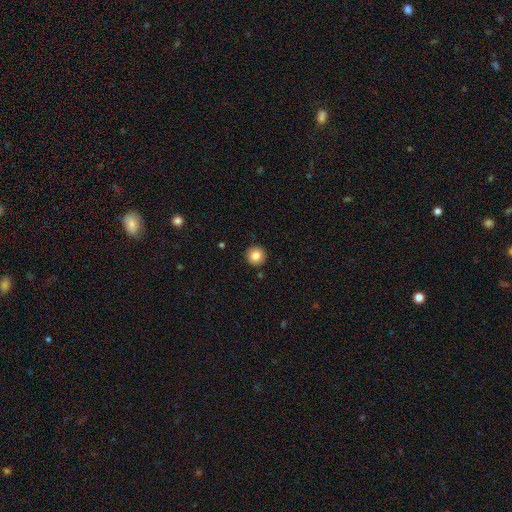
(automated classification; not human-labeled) Morphology: type=smooth (83%); roundness=round (96%); merging=none (92%).